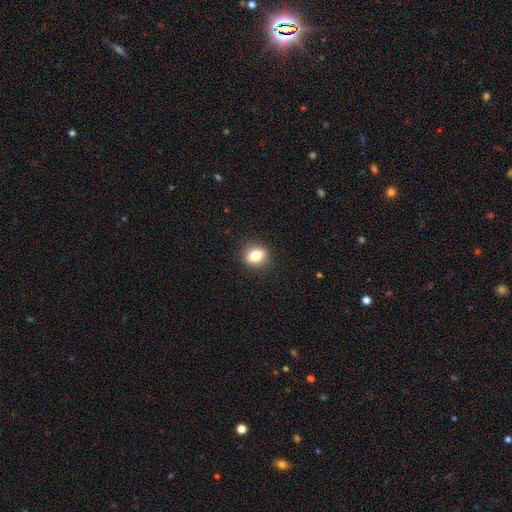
smooth_or_featured: smooth (p=0.86) [alt: star or artifact p=0.08]
how_rounded: round (p=0.72) [alt: in between p=0.28]
merging: none (p=1.00)